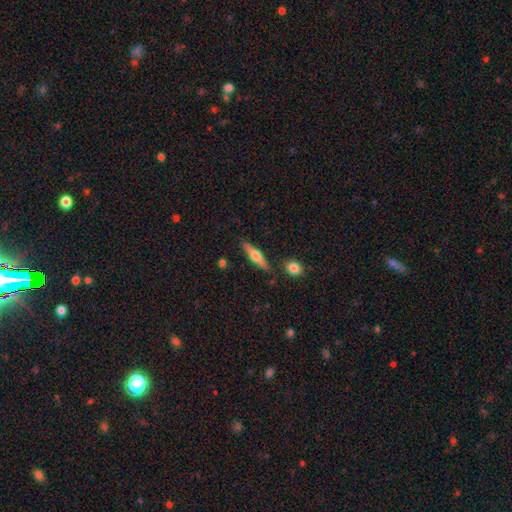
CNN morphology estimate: type=featured or disk (50%); edge-on=yes (94%); merging=none (83%).